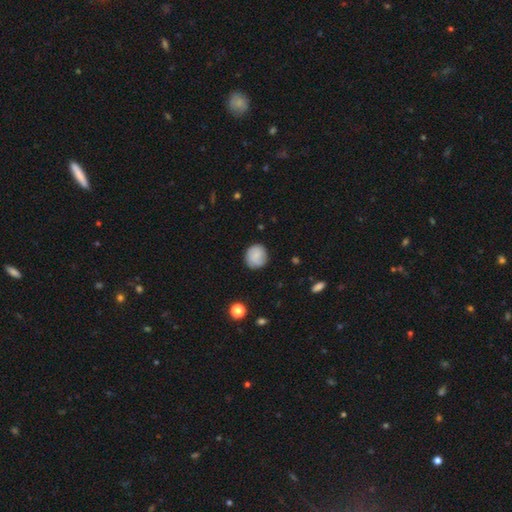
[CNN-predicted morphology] This is likely a smooth galaxy (75%). How rounded: clearly round (86%). Merging: likely none (79%).